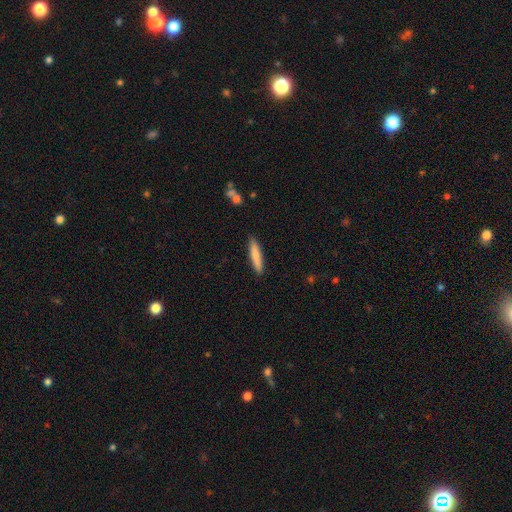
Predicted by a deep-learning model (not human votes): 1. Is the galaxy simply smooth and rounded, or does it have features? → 80% smooth, 14% featured or disk, 6% star or artifact.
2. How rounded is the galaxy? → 87% cigar-shaped, 12% in between, 1% round.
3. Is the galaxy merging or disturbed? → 88% none, 9% minor disturbance, 2% major disturbance, 1% merger.